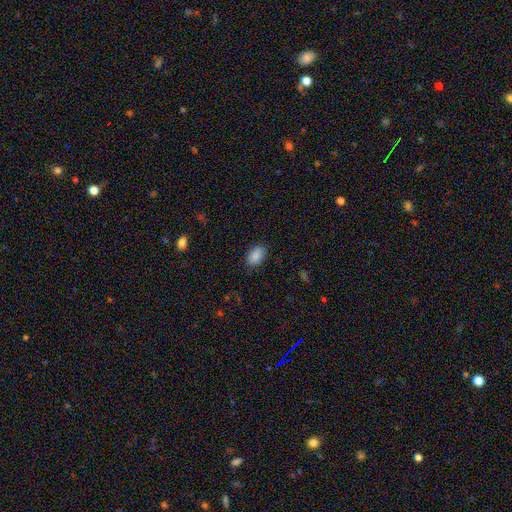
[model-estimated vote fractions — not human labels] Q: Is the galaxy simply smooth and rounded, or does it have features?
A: smooth — 88%.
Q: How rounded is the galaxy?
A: in between — 89%.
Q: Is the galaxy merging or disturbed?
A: none — 86%.